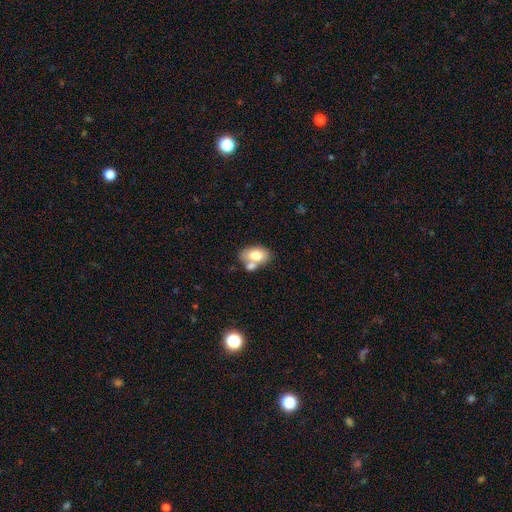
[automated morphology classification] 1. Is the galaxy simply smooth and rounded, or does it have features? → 73% smooth, 20% featured or disk, 7% star or artifact.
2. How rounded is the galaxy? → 87% in between, 12% round, 1% cigar-shaped.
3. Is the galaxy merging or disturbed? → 47% none, 35% merger, 14% minor disturbance, 5% major disturbance.